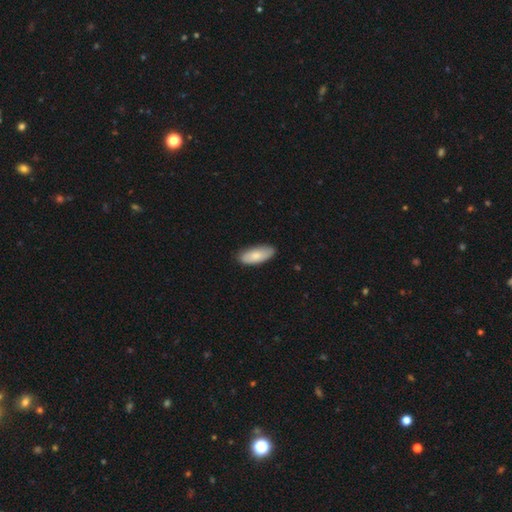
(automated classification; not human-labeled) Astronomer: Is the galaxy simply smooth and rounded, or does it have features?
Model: smooth — 82%.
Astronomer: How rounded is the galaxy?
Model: in between — 84%.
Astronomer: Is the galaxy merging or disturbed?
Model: none — 83%.